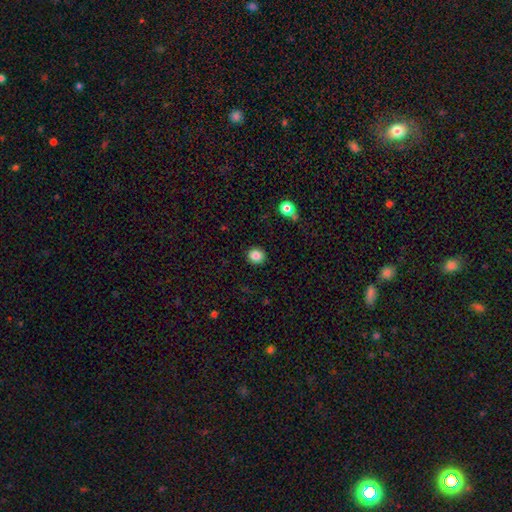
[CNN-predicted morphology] type=smooth (86%); roundness=round (87%); merging=none (90%).